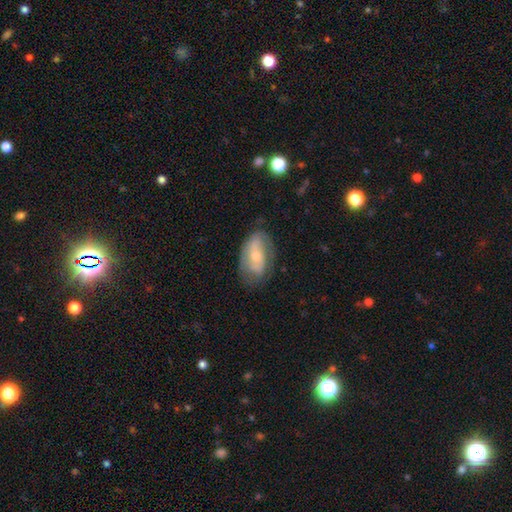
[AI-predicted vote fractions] featured or disk 57%, smooth 36%, star or artifact 7%. Down the decision tree: edge-on disk — no (92%); bar — no (52%); spiral arms — yes (74%); bulge size — small (52%); merging — none (67%).